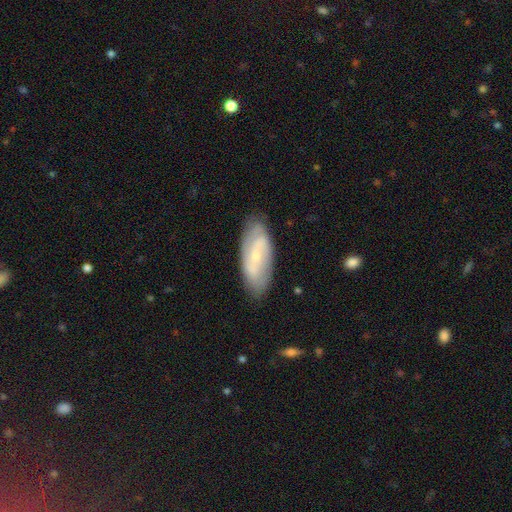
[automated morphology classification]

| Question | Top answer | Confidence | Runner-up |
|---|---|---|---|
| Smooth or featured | featured or disk | 63% | smooth (31%) |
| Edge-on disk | no | 89% | yes (11%) |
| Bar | weak | 42% | no (37%) |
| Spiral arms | yes | 81% | no (19%) |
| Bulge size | small | 74% | moderate (18%) |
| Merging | none | 81% | minor disturbance (15%) |